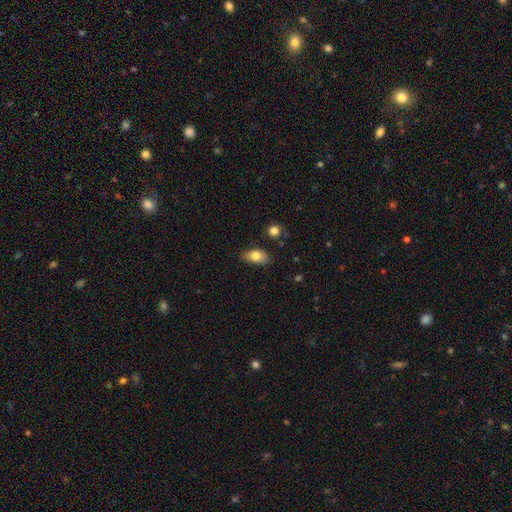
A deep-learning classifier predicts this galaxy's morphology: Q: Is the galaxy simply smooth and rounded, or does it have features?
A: smooth — 79%.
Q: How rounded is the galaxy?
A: in between — 88%.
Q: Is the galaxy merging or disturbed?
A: none — 81%.